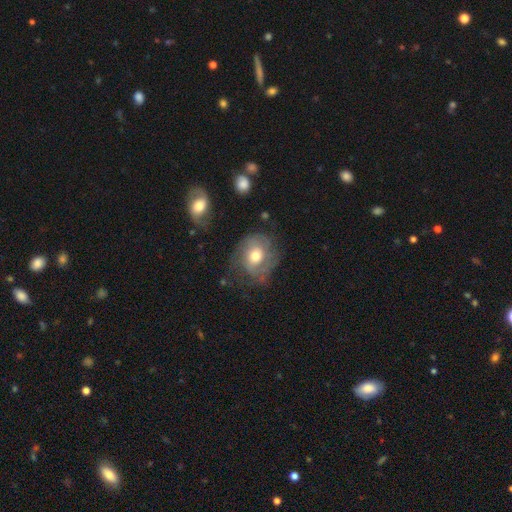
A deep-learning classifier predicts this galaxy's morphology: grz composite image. It shows a featured or disk galaxy (51%). Merging: none (59%).